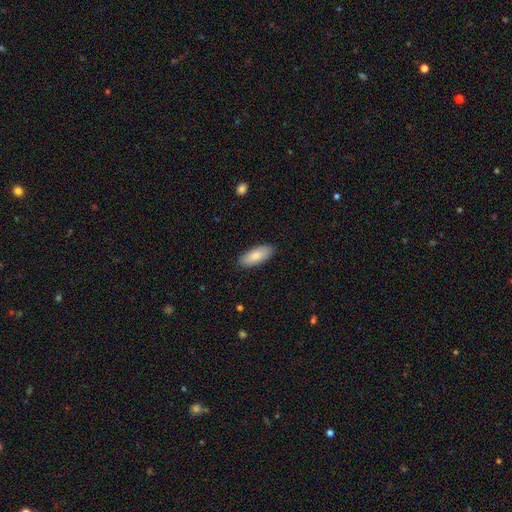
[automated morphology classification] A smooth galaxy with no disk features (85%) that is in between round and cigar-shaped (82%). Merging: none (89%).